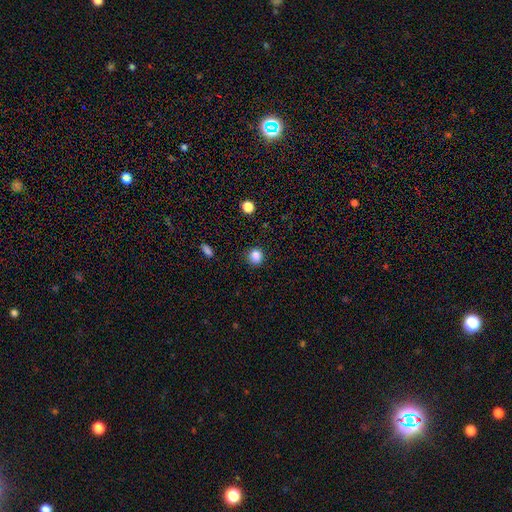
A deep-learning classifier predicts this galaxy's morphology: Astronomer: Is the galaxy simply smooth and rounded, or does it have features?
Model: smooth — 85%.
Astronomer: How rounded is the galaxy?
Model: round — 86%.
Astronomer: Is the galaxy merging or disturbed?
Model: none — 88%.